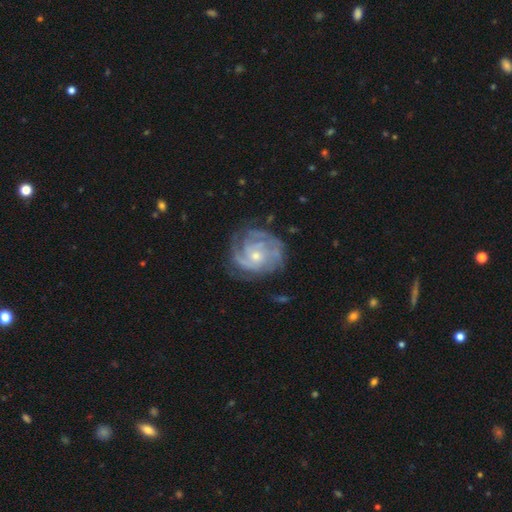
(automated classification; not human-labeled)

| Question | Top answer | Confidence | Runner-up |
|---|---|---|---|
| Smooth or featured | featured or disk | 86% | smooth (8%) |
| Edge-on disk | no | 98% | yes (2%) |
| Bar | no | 74% | weak (22%) |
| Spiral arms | yes | 96% | no (4%) |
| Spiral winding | tight | 67% | medium (28%) |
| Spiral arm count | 3 | 28% | can't tell (27%) |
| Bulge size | small | 62% | moderate (34%) |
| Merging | none | 72% | minor disturbance (19%) |